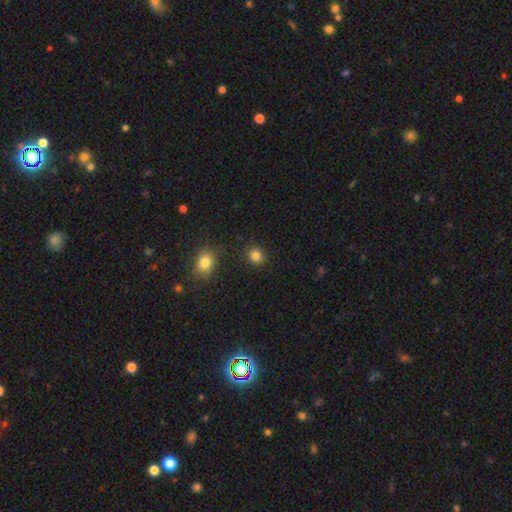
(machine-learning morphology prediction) This is clearly a smooth galaxy (85%). How rounded: likely round (78%). Merging: clearly none (88%).